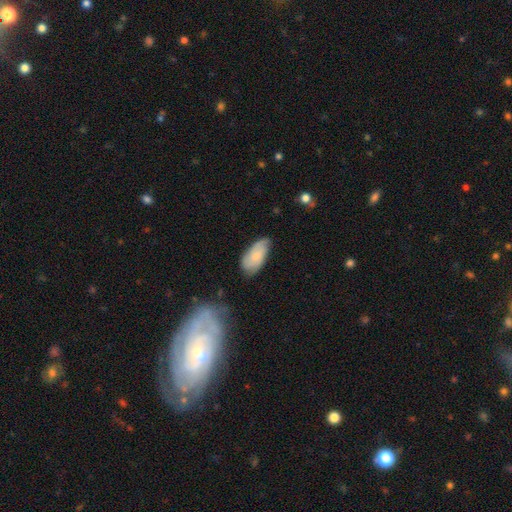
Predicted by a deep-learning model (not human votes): Smooth or featured? smooth (64%)
How rounded? in between (91%)
Merging? none (61%)